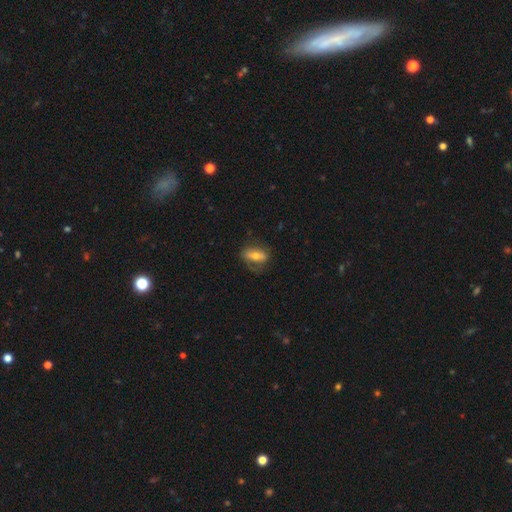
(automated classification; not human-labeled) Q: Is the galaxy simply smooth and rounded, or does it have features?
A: smooth — 51%.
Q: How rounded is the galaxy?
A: in between — 75%.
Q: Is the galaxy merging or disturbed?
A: none — 64%.